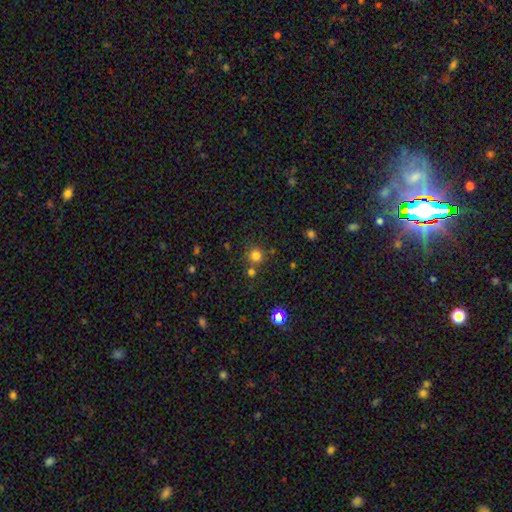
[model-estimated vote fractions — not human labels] Morphology: type=smooth (79%); roundness=round (93%); merging=none (76%).